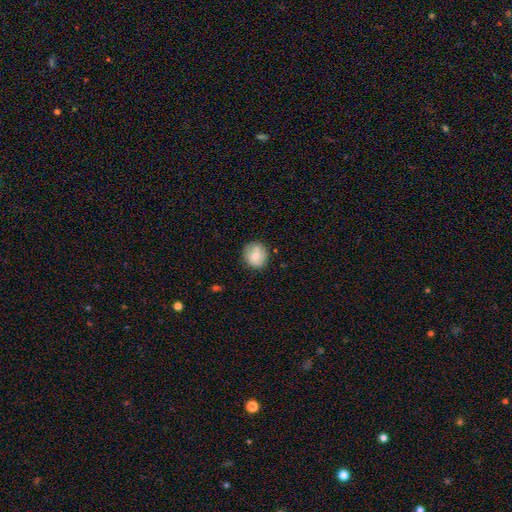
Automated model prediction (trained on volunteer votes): Q: Smooth or featured?
A: smooth (60%); runner-up: featured or disk (33%)
Q: How rounded?
A: round (80%); runner-up: in between (19%)
Q: Merging?
A: none (80%); runner-up: minor disturbance (15%)